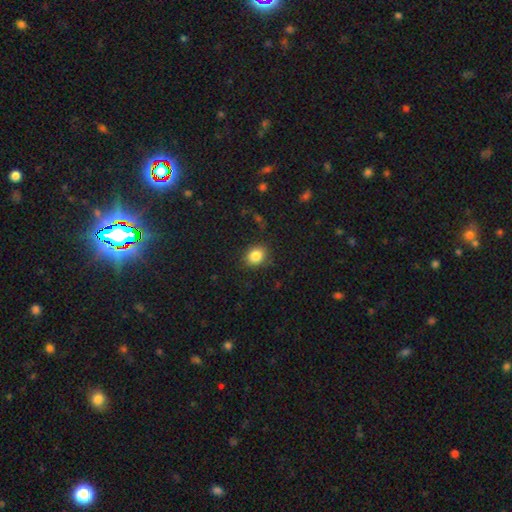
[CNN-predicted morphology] smooth 85%, star or artifact 10%, featured or disk 5%. Down the decision tree: how rounded — round (54%); merging — none (85%).